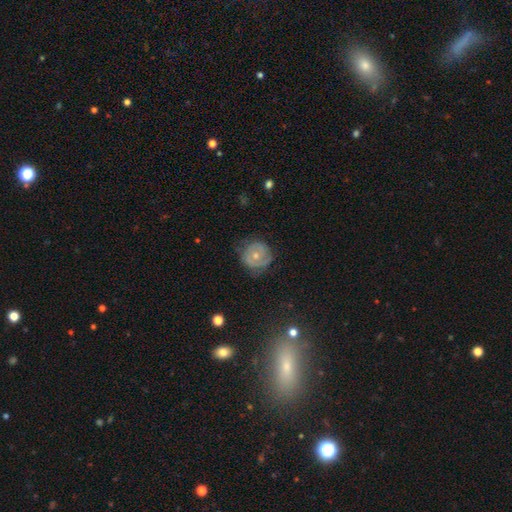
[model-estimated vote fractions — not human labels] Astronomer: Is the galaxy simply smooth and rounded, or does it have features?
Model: featured or disk — 59%.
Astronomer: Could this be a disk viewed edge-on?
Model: no — 97%.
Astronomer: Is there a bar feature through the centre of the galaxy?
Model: no — 82%.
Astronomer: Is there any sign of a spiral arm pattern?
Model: yes — 72%.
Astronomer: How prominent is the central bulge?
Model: moderate — 49% (runner-up: small, 47%).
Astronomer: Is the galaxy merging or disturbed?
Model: none — 66%.